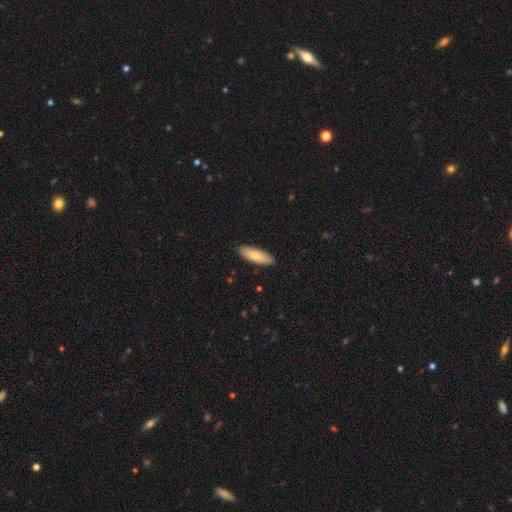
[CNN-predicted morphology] Smooth or featured? smooth (79%)
How rounded? in between (62%)
Merging? none (89%)